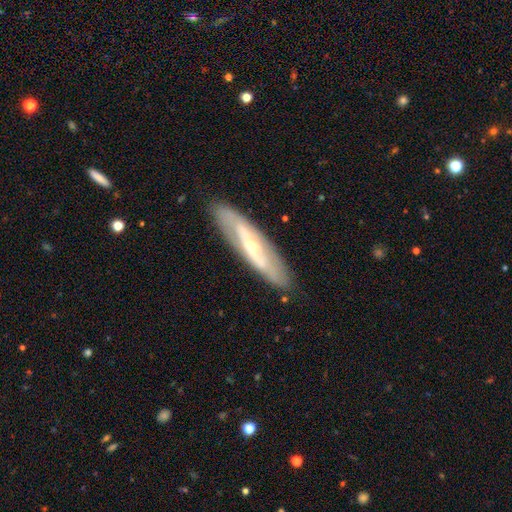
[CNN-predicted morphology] type=featured or disk (69%); edge-on=no (57%); merging=none (86%).